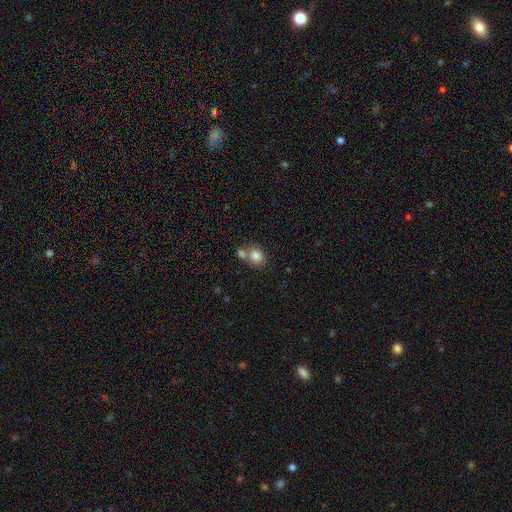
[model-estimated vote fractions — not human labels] Smooth or featured: smooth — 82% (star or artifact — 9%)
How rounded: round — 58% (in between — 41%)
Merging: none — 49% (merger — 37%)